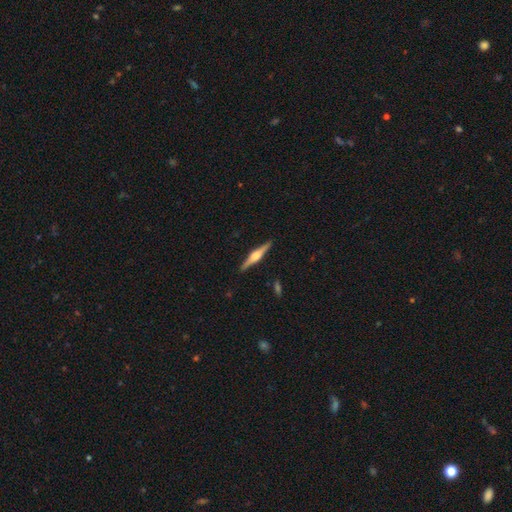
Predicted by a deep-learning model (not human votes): A featured or disk galaxy (77%) viewed edge-on (98%) with a rounded central bulge (88%).

Vote fractions:
- Smooth or featured? featured or disk: 77% / smooth: 18% / star or artifact: 5%
- Edge-on disk? yes: 98% / no: 2%
- Edge-on bulge? rounded: 88% / boxy: 10% / none: 3%
- Merging? none: 91% / minor disturbance: 6% / major disturbance: 1% / merger: 1%